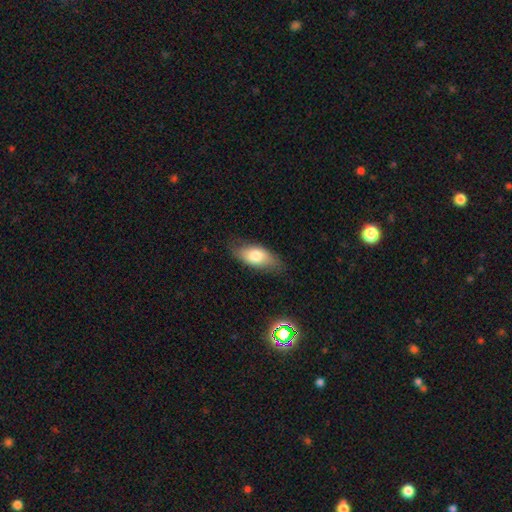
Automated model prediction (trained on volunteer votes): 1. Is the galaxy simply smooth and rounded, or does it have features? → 74% smooth, 19% featured or disk, 7% star or artifact.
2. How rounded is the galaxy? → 88% in between, 8% cigar-shaped, 4% round.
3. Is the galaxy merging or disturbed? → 74% none, 20% minor disturbance, 5% major disturbance, 1% merger.